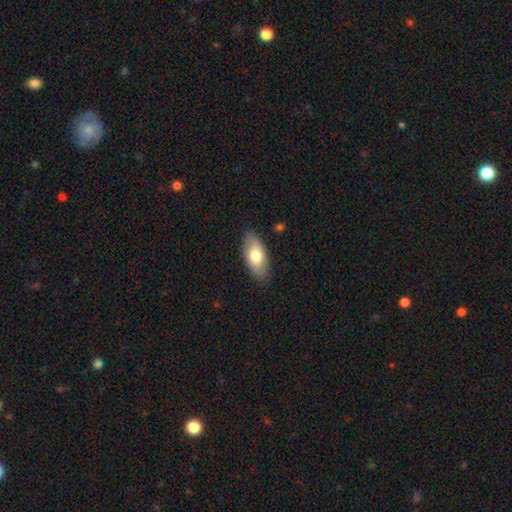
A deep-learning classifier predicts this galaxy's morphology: Smooth or featured? Predicted: smooth (p=0.73). How rounded? Predicted: in between (p=0.87). Merging? Predicted: none (p=0.85).